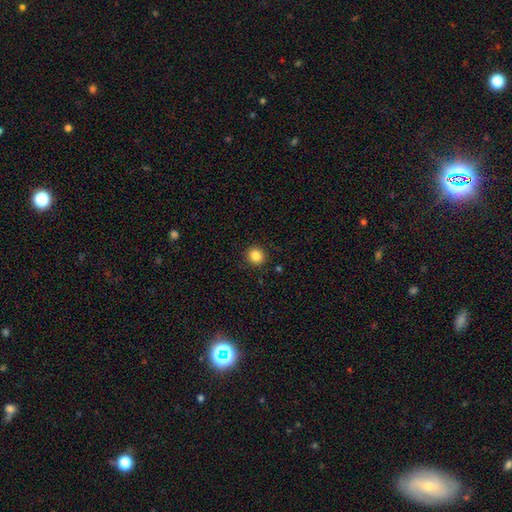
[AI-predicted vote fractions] Overall: smooth (85%). How rounded: round (87%). Merging: none (90%).